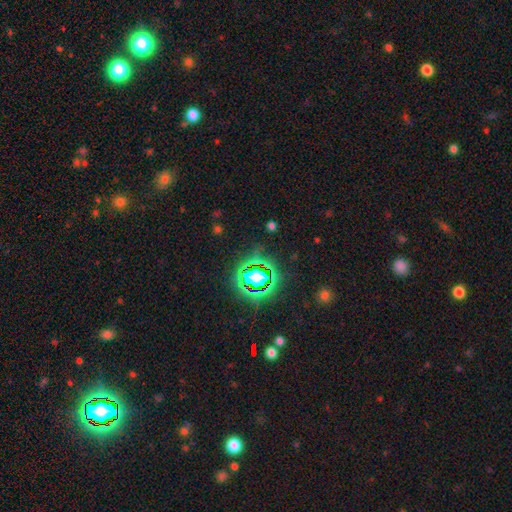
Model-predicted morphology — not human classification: Q: Smooth or featured?
A: star or artifact (78%); runner-up: smooth (14%)